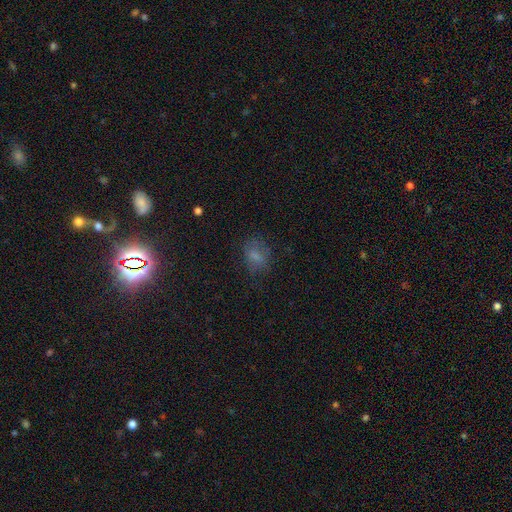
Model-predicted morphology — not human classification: Overall: smooth (66%). How rounded: in between (63%; round 35%). Merging: none (67%).